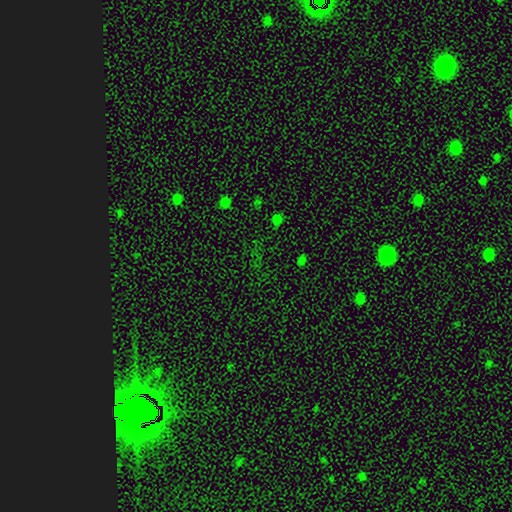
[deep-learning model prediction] Smooth or featured? star or artifact (68%)